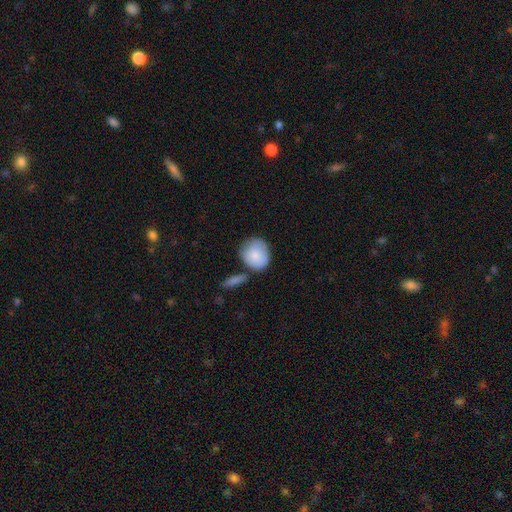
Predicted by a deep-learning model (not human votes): Morphology: type=smooth (84%); roundness=round (76%); merging=none (60%).